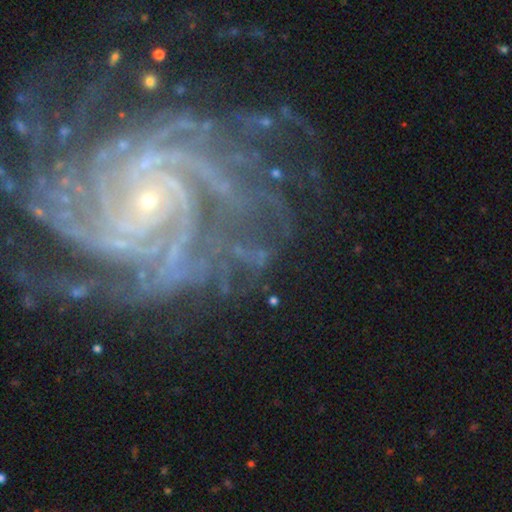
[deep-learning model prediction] A featured or disk galaxy (67%) with a strong bar (35%, tied with no), tight (67%) spiral arms (93%) and a small central bulge (61%).

Vote fractions:
- Smooth or featured? featured or disk: 67% / star or artifact: 20% / smooth: 13%
- Edge-on disk? no: 96% / yes: 4%
- Bar? strong: 35% (tied) / no: 35% (tied) / weak: 30%
- Spiral arms? yes: 93% / no: 7%
- Spiral winding? tight: 67% / medium: 26% / loose: 7%
- Spiral arm count? can't tell: 23% / 2: 21% / 3: 19% / 4: 13% / more than 4: 12% / 1: 11%
- Bulge size? small: 61% / moderate: 27% / none: 6% / large: 5% / dominant: 2%
- Merging? none: 67% / minor disturbance: 16% / major disturbance: 11% / merger: 5%